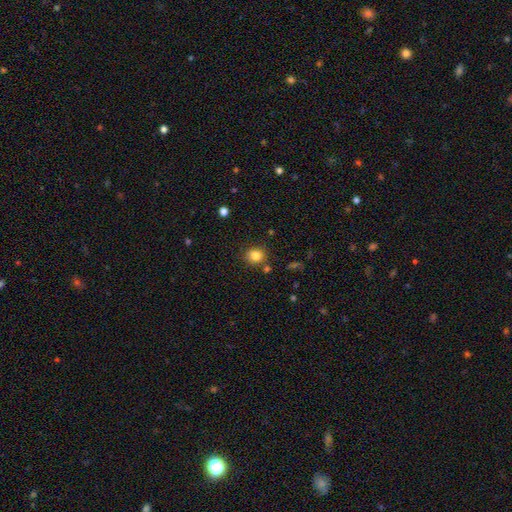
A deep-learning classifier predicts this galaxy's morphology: Q: Smooth or featured?
A: smooth (83%); runner-up: star or artifact (11%)
Q: How rounded?
A: round (80%); runner-up: in between (19%)
Q: Merging?
A: none (80%); runner-up: minor disturbance (11%)